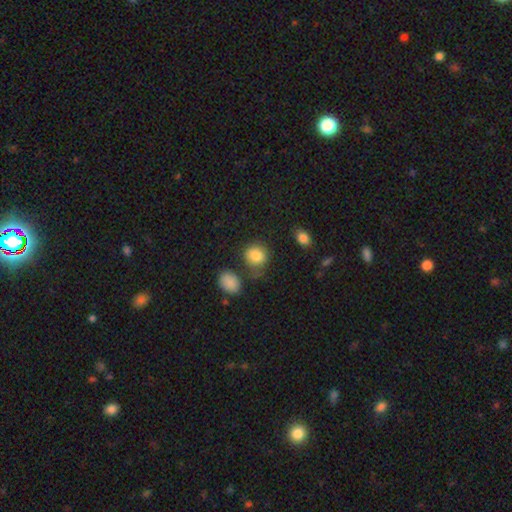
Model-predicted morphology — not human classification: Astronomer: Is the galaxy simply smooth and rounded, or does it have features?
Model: smooth — 85%.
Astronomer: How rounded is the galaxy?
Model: round — 68%.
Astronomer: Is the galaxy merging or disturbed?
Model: none — 64%.